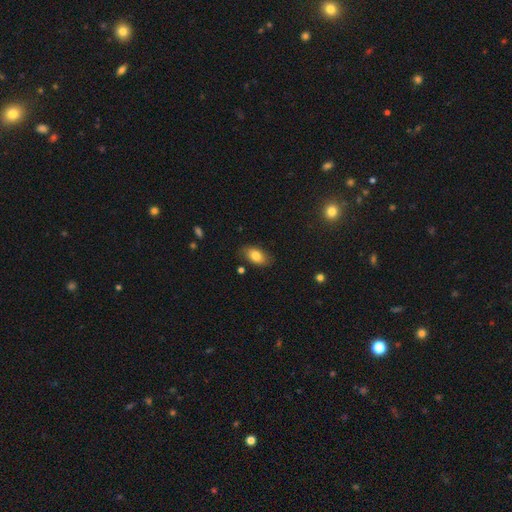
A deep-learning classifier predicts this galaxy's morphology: Smooth or featured? smooth (82%)
How rounded? in between (91%)
Merging? none (82%)